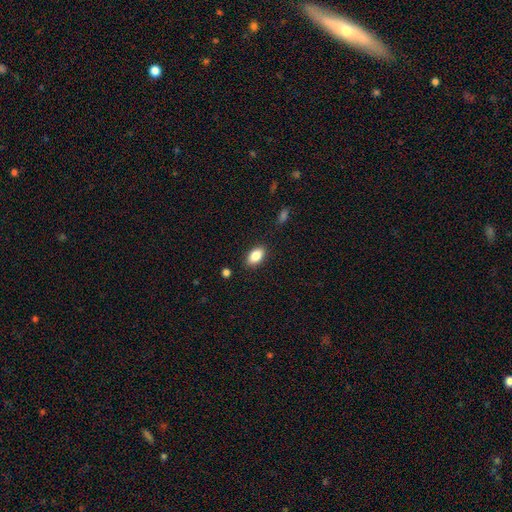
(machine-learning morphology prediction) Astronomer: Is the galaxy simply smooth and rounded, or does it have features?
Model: smooth — 86%.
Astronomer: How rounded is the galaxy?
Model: in between — 91%.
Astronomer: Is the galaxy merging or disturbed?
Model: none — 87%.